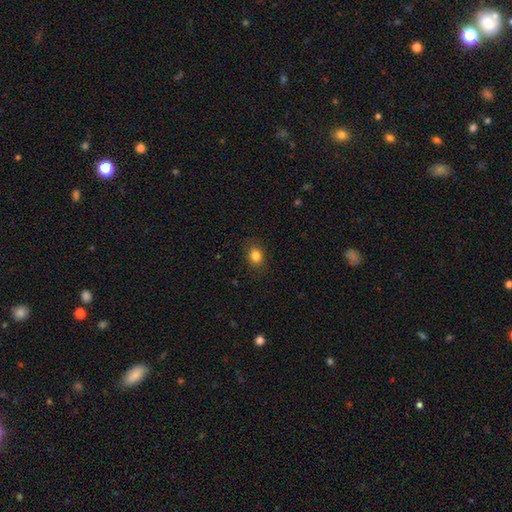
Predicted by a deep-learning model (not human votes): Smooth or featured? smooth (83%)
How rounded? in between (59%)
Merging? none (86%)